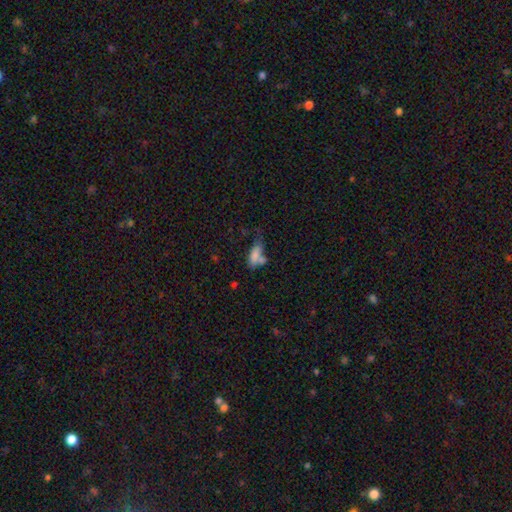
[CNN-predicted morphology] This appears to be a smooth galaxy with no disk features (76%) that is in between round and cigar-shaped (76%). Merging: merger (32%, tied with none).